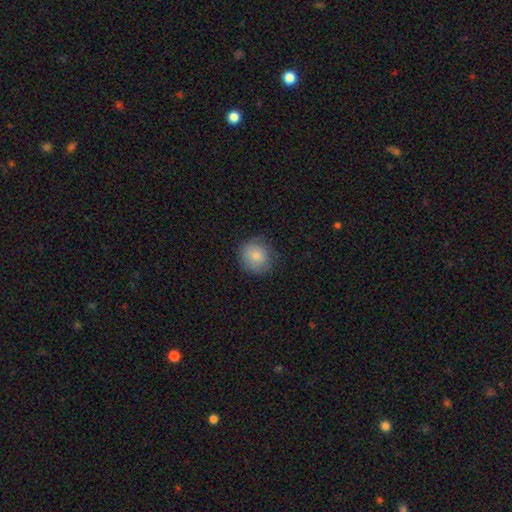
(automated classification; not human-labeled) Overall: smooth (82%). How rounded: round (88%). Merging: none (78%).